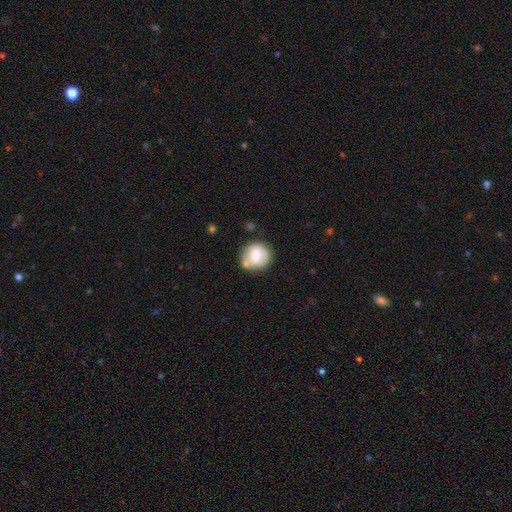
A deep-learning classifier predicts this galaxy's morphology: smooth 63%, featured or disk 30%, star or artifact 7%. Down the decision tree: how rounded — round (83%); merging — none (62%).